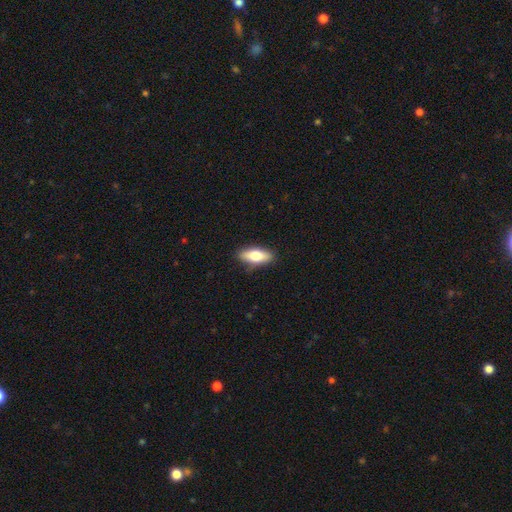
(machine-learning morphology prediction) smooth-or-featured: smooth: 71% | featured or disk: 23% | star or artifact: 6%
  how-rounded: in between: 72% | cigar-shaped: 25% | round: 3%
  merging: none: 86% | minor disturbance: 11% | major disturbance: 2% | merger: 1%